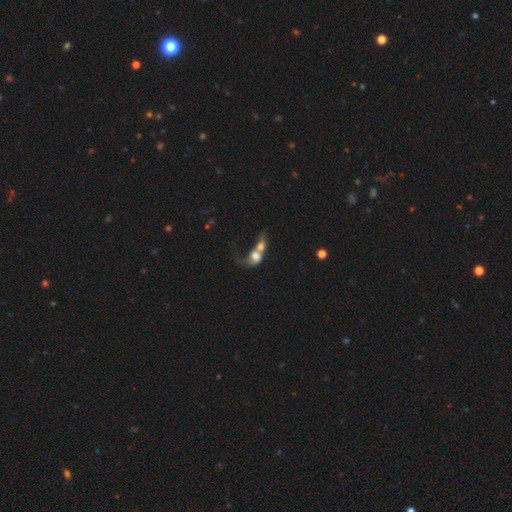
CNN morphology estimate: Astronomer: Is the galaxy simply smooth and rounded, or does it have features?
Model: smooth — 56% (runner-up: featured or disk, 34%).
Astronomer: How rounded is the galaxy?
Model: in between — 56% (runner-up: round, 39%).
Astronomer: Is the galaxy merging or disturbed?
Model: merger — 76%.